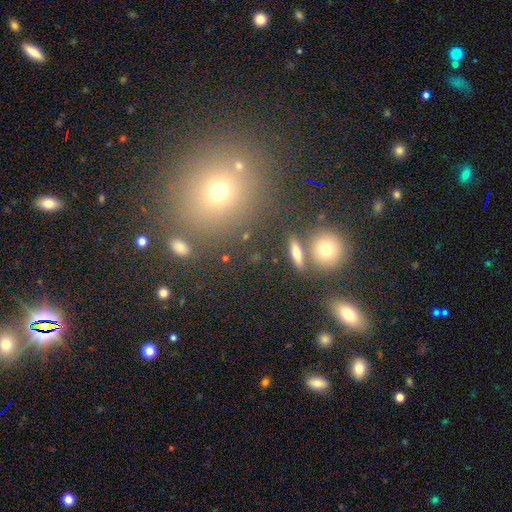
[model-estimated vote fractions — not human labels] A smooth galaxy with no disk features (48%). Merging: none (80%).